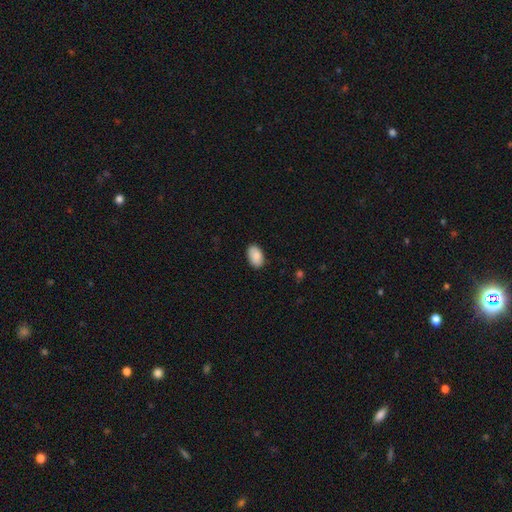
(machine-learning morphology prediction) This is clearly a smooth galaxy (88%). How rounded: clearly in between (93%). Merging: clearly none (87%).